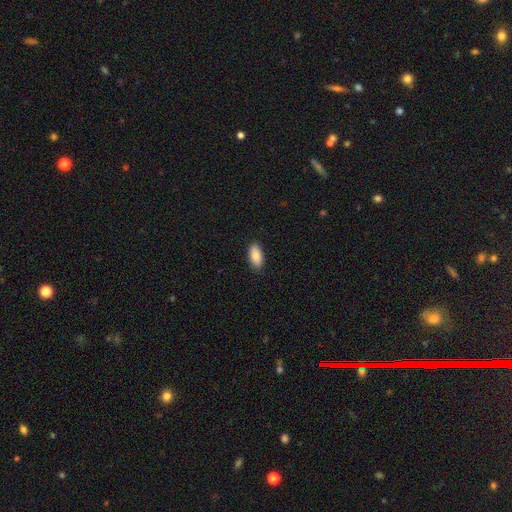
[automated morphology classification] Smooth or featured: smooth — 87% (featured or disk — 7%)
How rounded: in between — 90% (cigar-shaped — 7%)
Merging: none — 90% (minor disturbance — 8%)